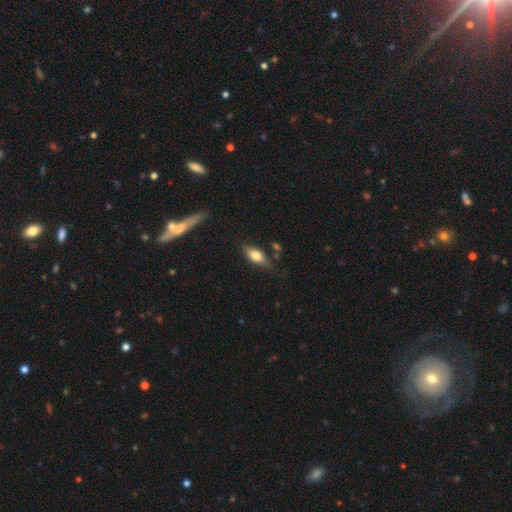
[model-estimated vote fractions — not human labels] smooth_or_featured: smooth (p=0.69) [alt: featured or disk p=0.24]
how_rounded: in between (p=0.78) [alt: cigar-shaped p=0.17]
merging: none (p=0.70) [alt: minor disturbance p=0.20]